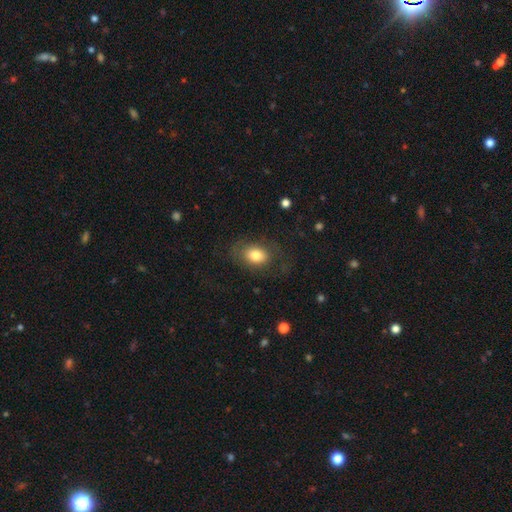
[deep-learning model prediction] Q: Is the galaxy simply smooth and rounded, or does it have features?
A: smooth — 74%.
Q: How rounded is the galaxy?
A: in between — 76%.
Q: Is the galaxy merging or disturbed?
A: none — 65%.